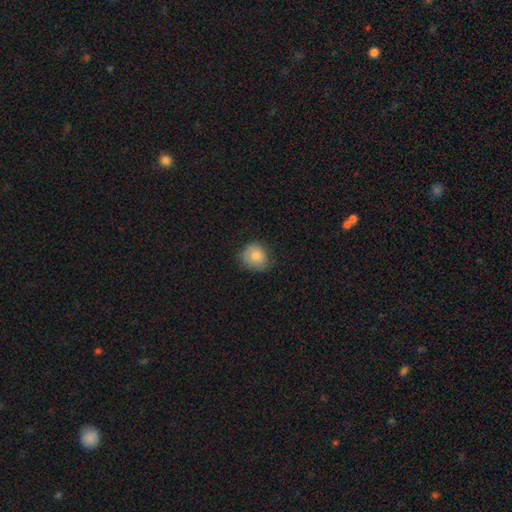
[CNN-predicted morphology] Smooth or featured? smooth (85%)
How rounded? round (80%)
Merging? none (71%)